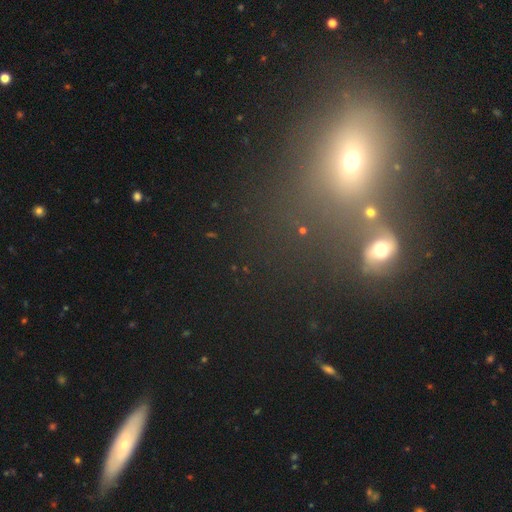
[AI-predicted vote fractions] Smooth or featured? Predicted: star or artifact (p=0.48).